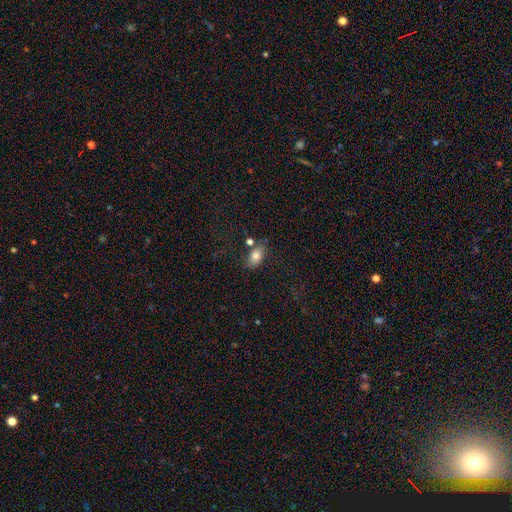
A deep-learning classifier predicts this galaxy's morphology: The model was most divided on "merging": none: 69%, minor disturbance: 17%, merger: 9%, major disturbance: 5%. More confident: how rounded — in between (87%); smooth or featured — smooth (80%).